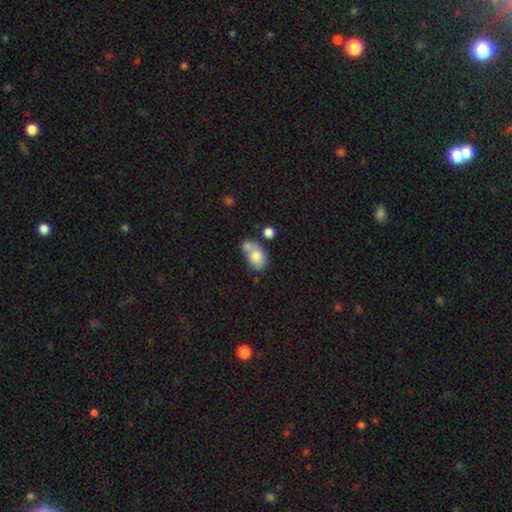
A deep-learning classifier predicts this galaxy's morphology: A smooth galaxy with no disk features (72%) that is in between round and cigar-shaped (76%). Merging: merger (43%).